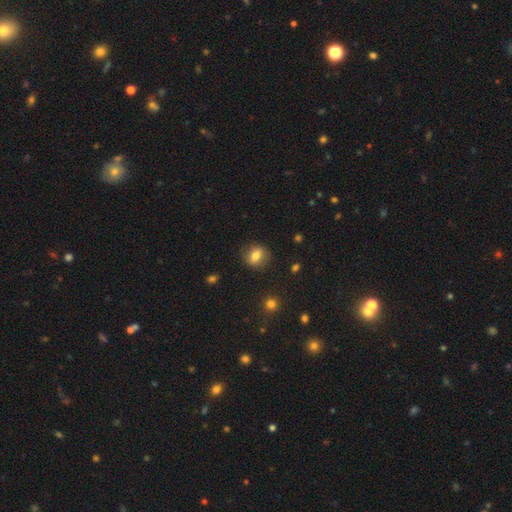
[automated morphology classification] Q: Smooth or featured?
A: smooth (74%); runner-up: featured or disk (17%)
Q: How rounded?
A: round (60%); runner-up: in between (39%)
Q: Merging?
A: none (83%); runner-up: minor disturbance (12%)